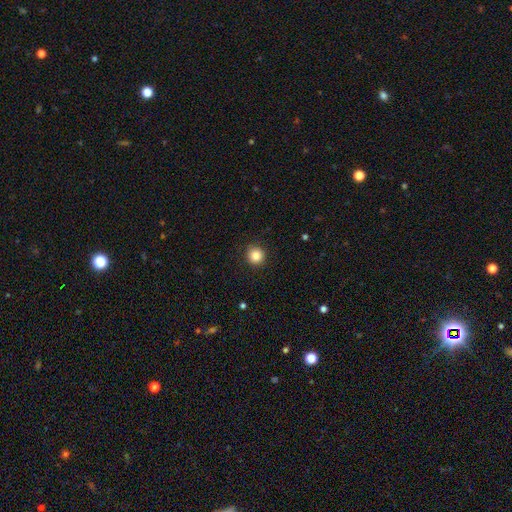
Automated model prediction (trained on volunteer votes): smooth_or_featured: smooth (p=0.86) [alt: star or artifact p=0.10]
how_rounded: round (p=0.94) [alt: in between p=0.05]
merging: none (p=0.91) [alt: minor disturbance p=0.06]